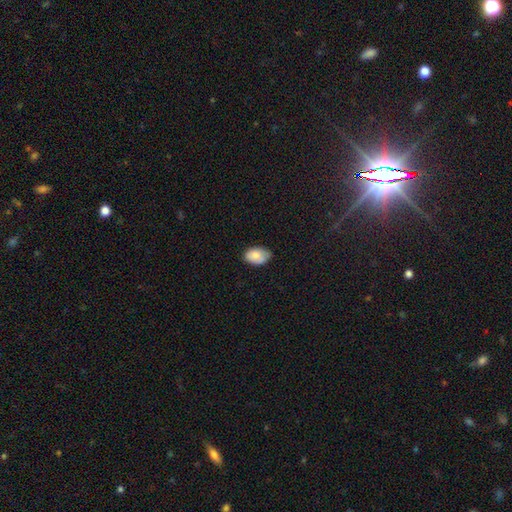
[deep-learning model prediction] The model was most divided on "merging": none: 65%, minor disturbance: 29%, major disturbance: 4%, merger: 1%. More confident: how rounded — in between (89%); smooth or featured — smooth (81%).